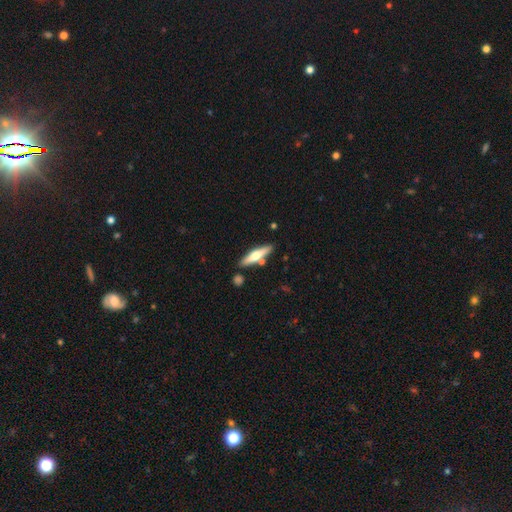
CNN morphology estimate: The model was most divided on "smooth or featured": featured or disk: 49%, smooth: 46%, star or artifact: 5%. More confident: merging — none (79%).